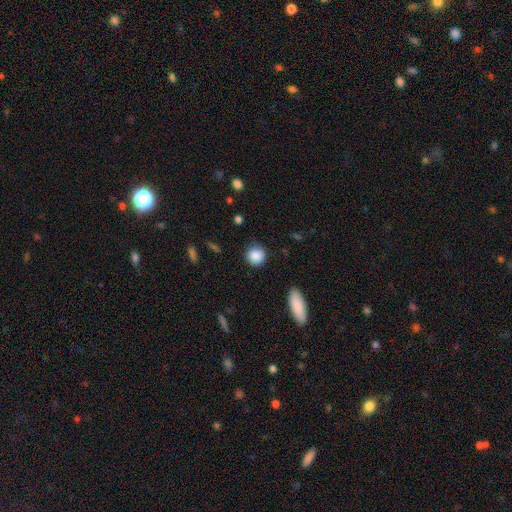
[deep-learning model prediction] Q: Smooth or featured?
A: smooth (88%); runner-up: star or artifact (8%)
Q: How rounded?
A: round (89%); runner-up: in between (10%)
Q: Merging?
A: none (83%); runner-up: minor disturbance (13%)